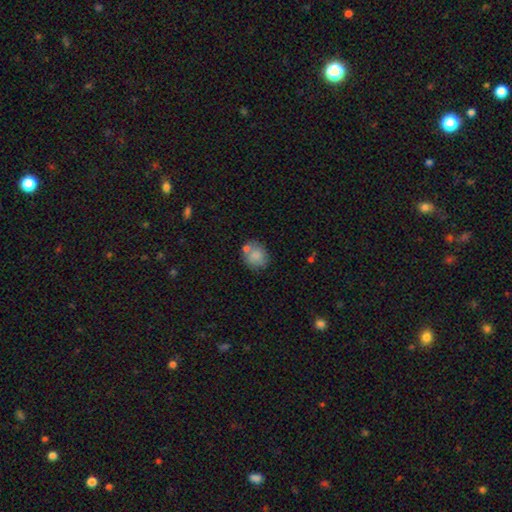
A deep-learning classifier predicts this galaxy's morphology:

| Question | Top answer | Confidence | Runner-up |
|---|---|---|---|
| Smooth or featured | smooth | 80% | featured or disk (12%) |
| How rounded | round | 68% | in between (31%) |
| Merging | none | 59% | merger (18%) |